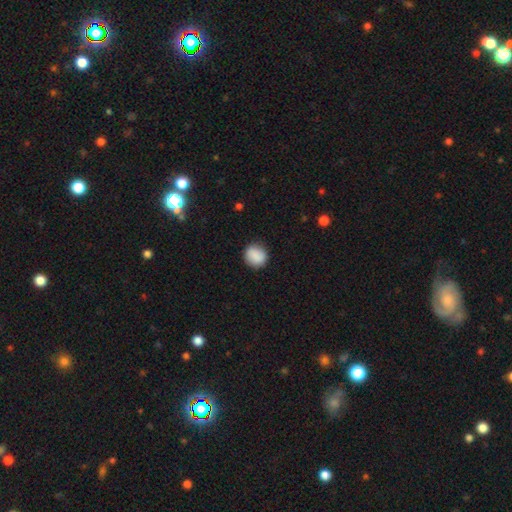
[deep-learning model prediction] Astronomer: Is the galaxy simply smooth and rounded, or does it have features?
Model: smooth — 85%.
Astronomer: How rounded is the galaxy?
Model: round — 86%.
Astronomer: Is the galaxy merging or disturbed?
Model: none — 86%.